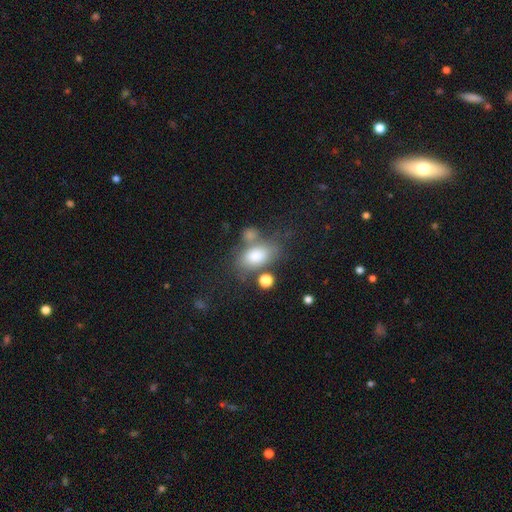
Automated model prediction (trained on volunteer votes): Q: Smooth or featured?
A: smooth (78%); runner-up: featured or disk (13%)
Q: How rounded?
A: in between (87%); runner-up: round (10%)
Q: Merging?
A: none (50%); runner-up: merger (22%)